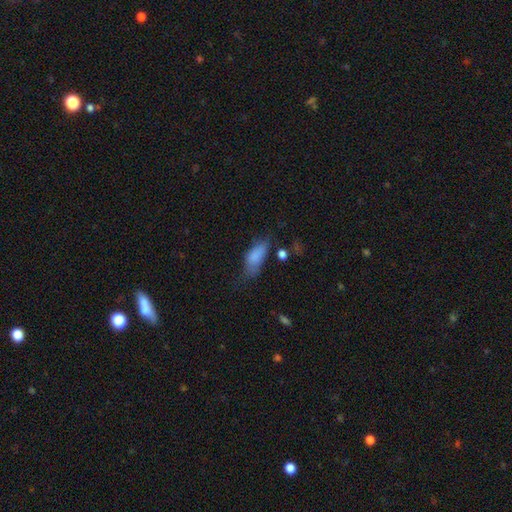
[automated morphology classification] Smooth or featured? Predicted: smooth (p=0.80). How rounded? Predicted: in between (p=0.81). Merging? Predicted: none (p=0.41).